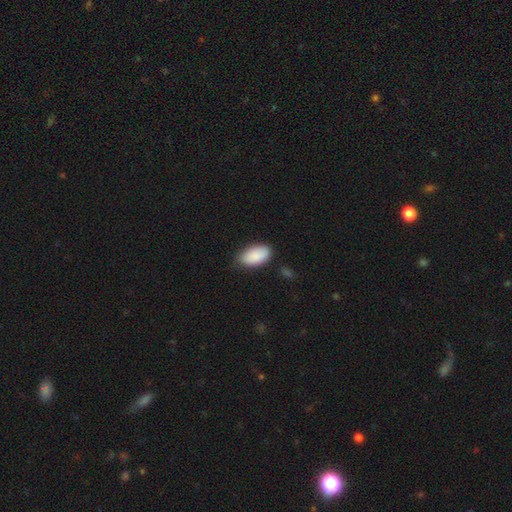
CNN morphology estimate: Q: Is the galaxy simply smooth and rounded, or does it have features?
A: smooth — 89%.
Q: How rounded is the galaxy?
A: in between — 95%.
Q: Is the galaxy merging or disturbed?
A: none — 73%.